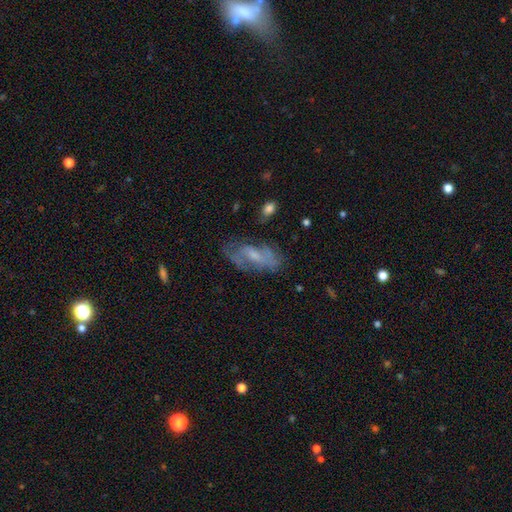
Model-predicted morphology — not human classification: Smooth or featured? featured or disk (63%)
Edge-on disk? no (90%)
Bar? no (45%)
Spiral arms? yes (74%)
Bulge size? small (43%)
Merging? none (62%)